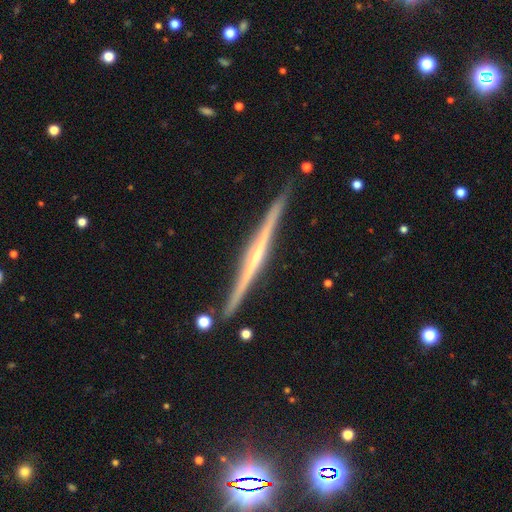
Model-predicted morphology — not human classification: Smooth or featured? Predicted: featured or disk (p=0.82). Edge-on disk? Predicted: yes (p=0.98). Edge-on bulge? Predicted: none (p=0.53). Merging? Predicted: none (p=0.89).